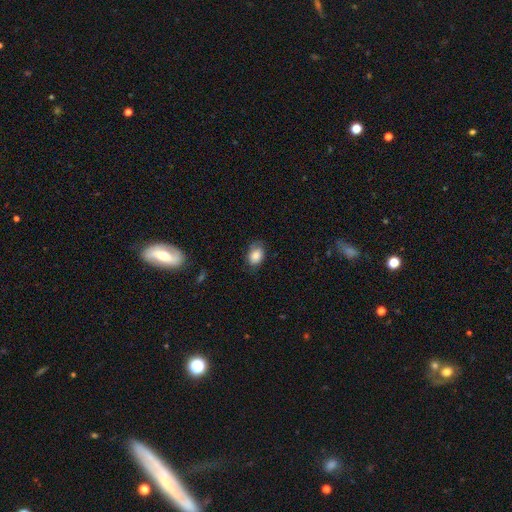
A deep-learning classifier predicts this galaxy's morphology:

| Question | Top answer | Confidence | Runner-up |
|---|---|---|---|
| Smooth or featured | smooth | 81% | featured or disk (11%) |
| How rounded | in between | 80% | round (19%) |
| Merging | none | 66% | minor disturbance (25%) |